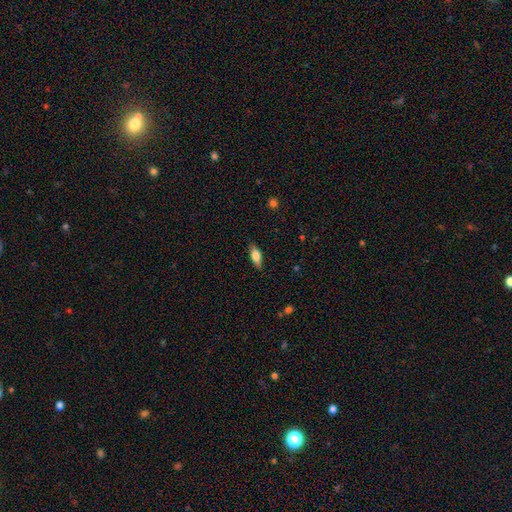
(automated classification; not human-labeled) The model was most divided on "how rounded": in between: 72%, cigar-shaped: 25%, round: 3%. More confident: merging — none (83%); smooth or featured — smooth (71%).